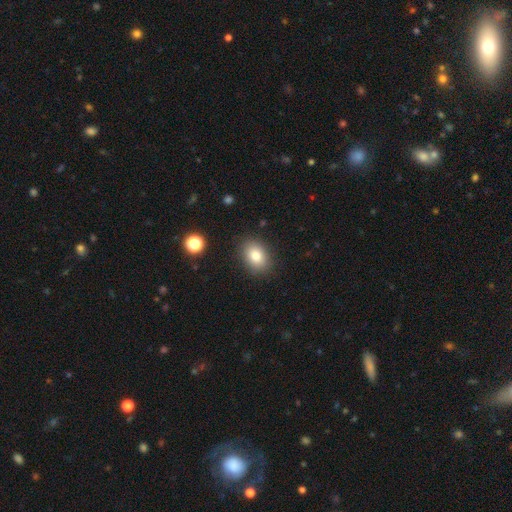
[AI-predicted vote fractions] Smooth or featured? Predicted: smooth (p=0.82). How rounded? Predicted: in between (p=0.73). Merging? Predicted: none (p=0.86).